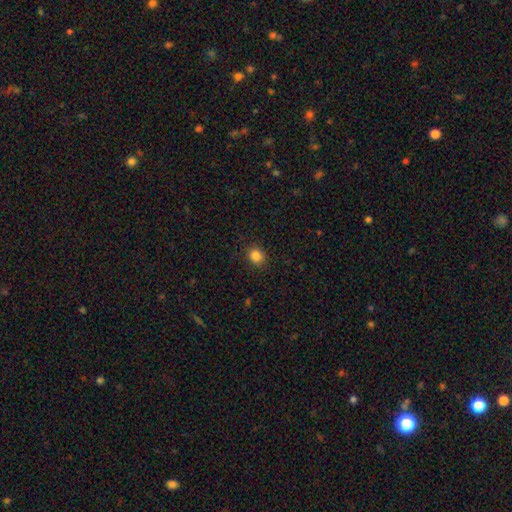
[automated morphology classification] Smooth or featured? Predicted: smooth (p=0.85). How rounded? Predicted: round (p=0.68). Merging? Predicted: none (p=0.89).